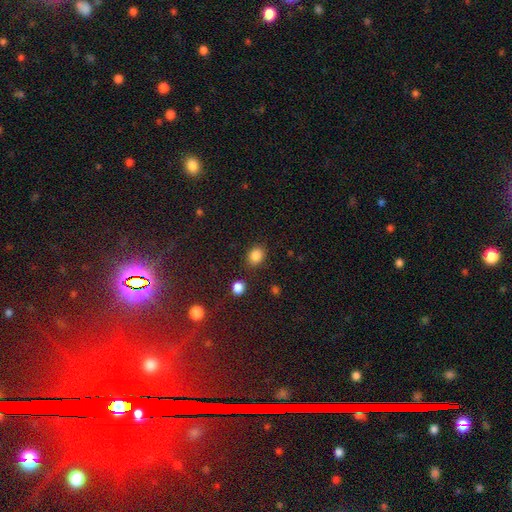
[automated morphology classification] Smooth or featured?
  - smooth: 85% *
  - star or artifact: 11%
  - featured or disk: 4%
How rounded?
  - round: 56% *
  - in between: 43%
  - cigar-shaped: 1%
Merging?
  - none: 82% *
  - minor disturbance: 11%
  - merger: 4%
  - major disturbance: 3%